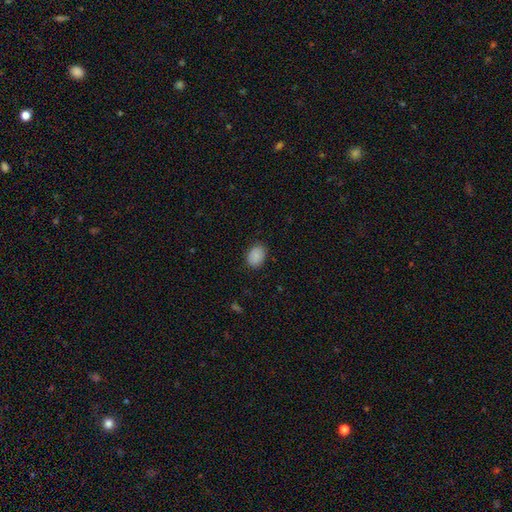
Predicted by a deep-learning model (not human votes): Smooth or featured?
  - smooth: 88% *
  - star or artifact: 8%
  - featured or disk: 4%
How rounded?
  - in between: 74% *
  - round: 25%
  - cigar-shaped: 1%
Merging?
  - none: 84% *
  - minor disturbance: 12%
  - major disturbance: 3%
  - merger: 1%